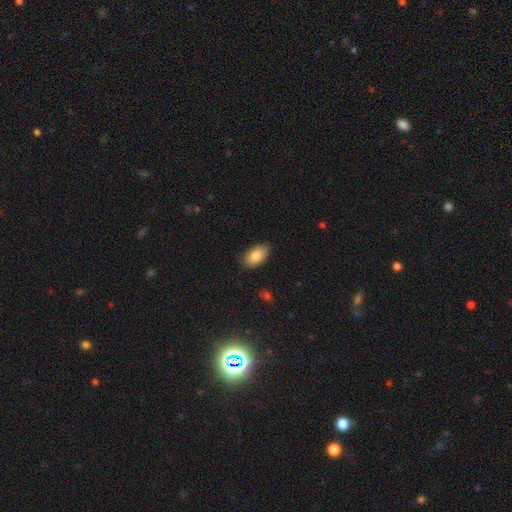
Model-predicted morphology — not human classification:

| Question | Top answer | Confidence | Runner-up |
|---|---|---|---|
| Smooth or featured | smooth | 86% | featured or disk (8%) |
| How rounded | in between | 94% | round (4%) |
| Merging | none | 83% | minor disturbance (13%) |